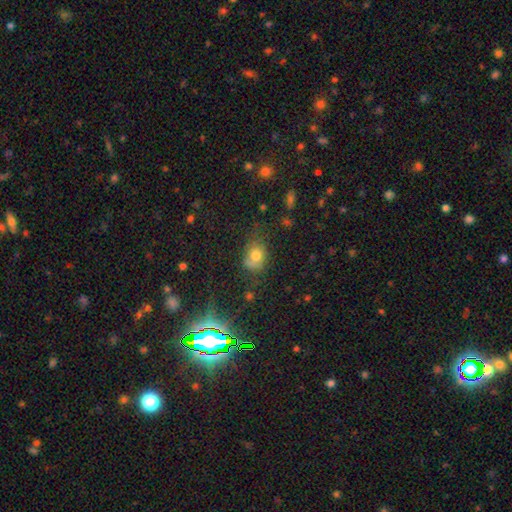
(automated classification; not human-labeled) Smooth or featured?
  - smooth: 68% *
  - star or artifact: 18%
  - featured or disk: 14%
How rounded?
  - in between: 51% *
  - round: 48%
  - cigar-shaped: 2%
Merging?
  - none: 54% *
  - minor disturbance: 26%
  - major disturbance: 13%
  - merger: 7%